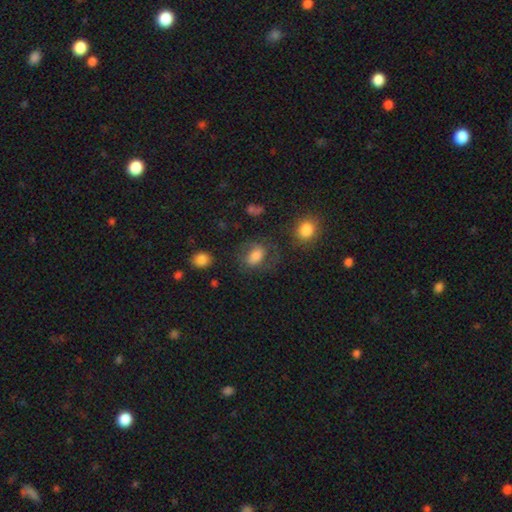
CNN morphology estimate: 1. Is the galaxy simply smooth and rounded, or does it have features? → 67% smooth, 22% featured or disk, 11% star or artifact.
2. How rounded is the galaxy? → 72% in between, 26% round, 2% cigar-shaped.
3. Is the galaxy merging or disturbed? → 57% none, 20% minor disturbance, 18% major disturbance, 5% merger.